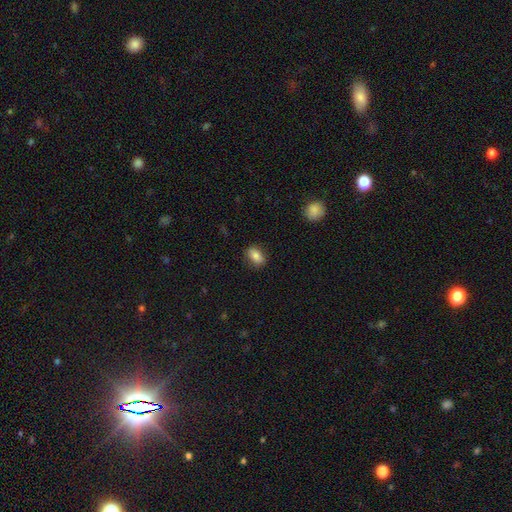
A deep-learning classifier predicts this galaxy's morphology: The model was most divided on "how rounded": in between: 84%, round: 12%, cigar-shaped: 4%. More confident: merging — none (85%); smooth or featured — smooth (82%).